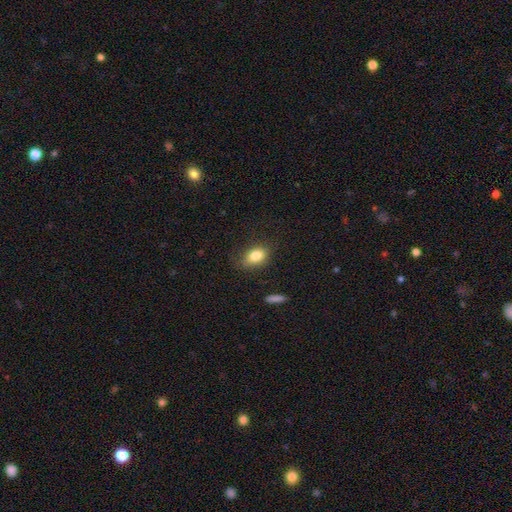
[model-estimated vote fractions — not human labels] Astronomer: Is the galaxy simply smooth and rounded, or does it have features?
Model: smooth — 81%.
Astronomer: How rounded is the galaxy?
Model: in between — 82%.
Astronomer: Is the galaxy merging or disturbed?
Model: none — 77%.